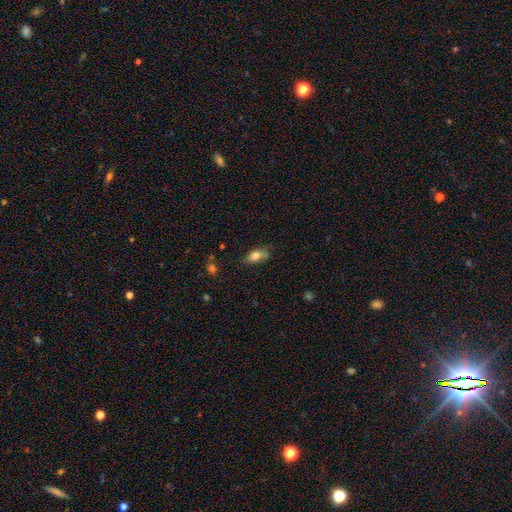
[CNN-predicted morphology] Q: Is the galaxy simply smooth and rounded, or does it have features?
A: smooth — 71%.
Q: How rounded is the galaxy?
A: in between — 79%.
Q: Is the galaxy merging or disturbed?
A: none — 65%.